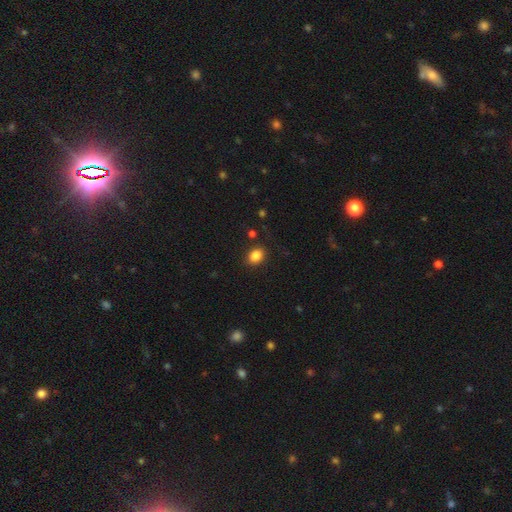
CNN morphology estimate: smooth_or_featured: smooth (p=0.85) [alt: star or artifact p=0.10]
how_rounded: in between (p=0.61) [alt: round p=0.38]
merging: none (p=0.85) [alt: minor disturbance p=0.10]